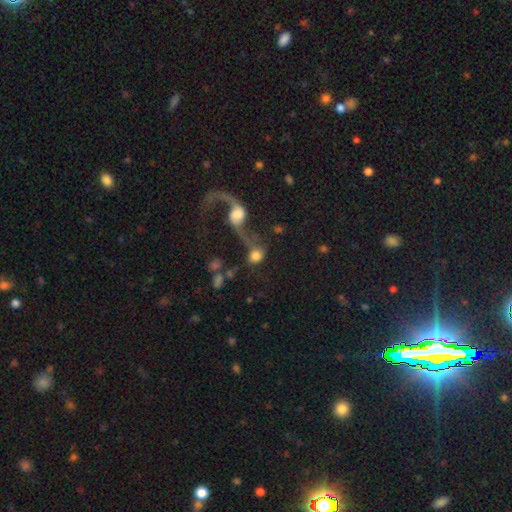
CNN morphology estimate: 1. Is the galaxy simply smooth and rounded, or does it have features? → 56% smooth, 32% featured or disk, 11% star or artifact.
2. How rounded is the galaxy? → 74% round, 23% in between, 3% cigar-shaped.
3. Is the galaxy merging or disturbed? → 43% merger, 32% none, 15% major disturbance, 10% minor disturbance.